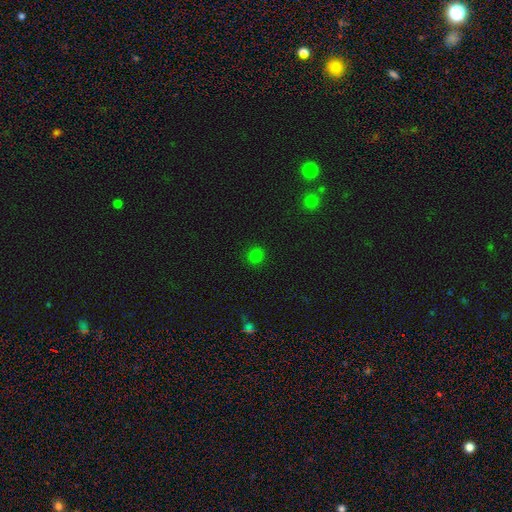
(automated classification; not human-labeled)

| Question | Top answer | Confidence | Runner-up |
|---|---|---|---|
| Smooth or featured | smooth | 78% | star or artifact (18%) |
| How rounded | round | 85% | in between (14%) |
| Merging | none | 90% | minor disturbance (7%) |